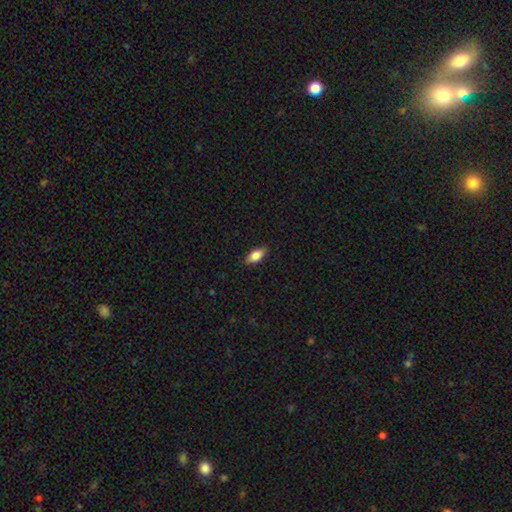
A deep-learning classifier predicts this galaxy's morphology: type=smooth (73%); roundness=in between (81%); merging=none (86%).